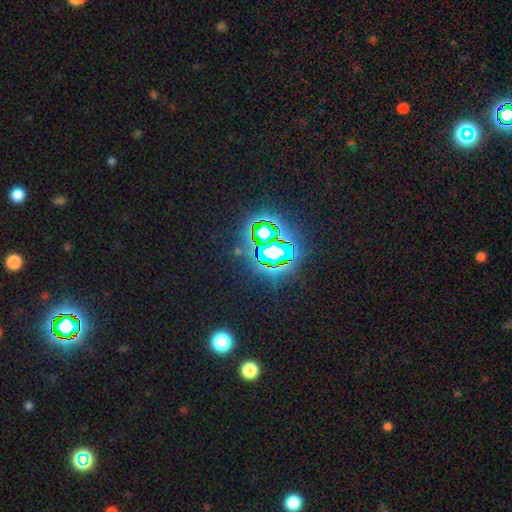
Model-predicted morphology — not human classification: Q: Smooth or featured?
A: star or artifact (81%); runner-up: smooth (12%)